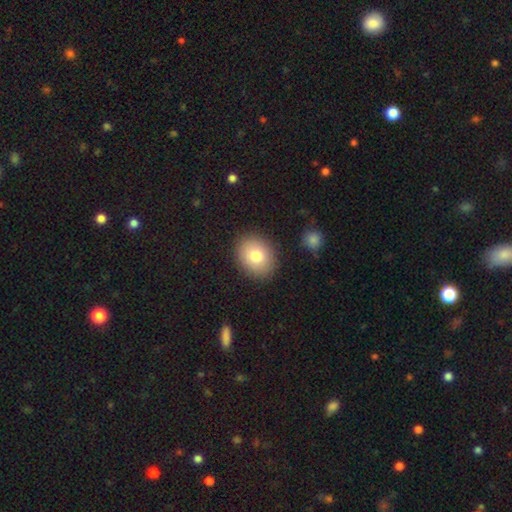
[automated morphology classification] This appears to be a smooth galaxy with no disk features (79%) that is round (53%). Merging: none (87%).